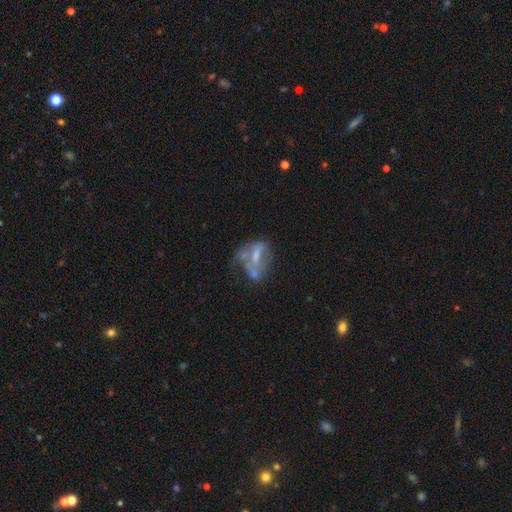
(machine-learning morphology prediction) Smooth or featured? featured or disk (58%)
Edge-on disk? no (94%)
Bar? no (53%)
Spiral arms? no (74%)
Bulge size? small (36%)
Merging? none (30%)